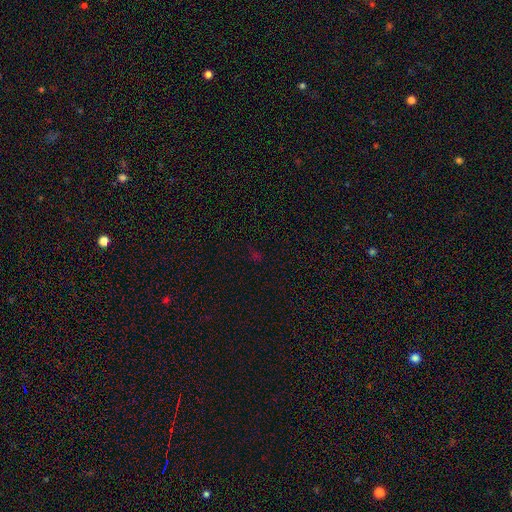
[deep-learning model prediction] star or artifact 63%, smooth 30%, featured or disk 7%.